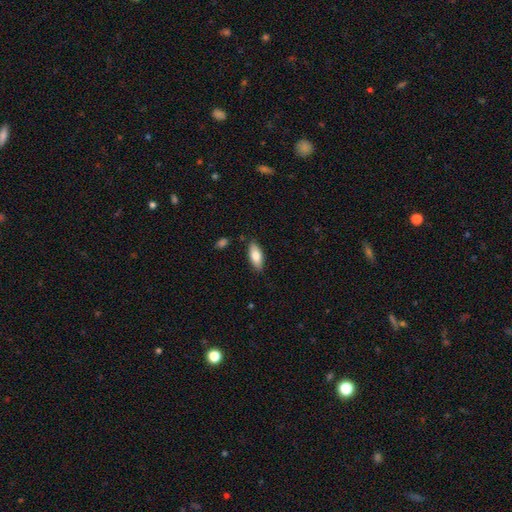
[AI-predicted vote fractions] Smooth or featured: smooth — 79% (featured or disk — 15%)
How rounded: in between — 80% (cigar-shaped — 17%)
Merging: none — 86% (minor disturbance — 10%)